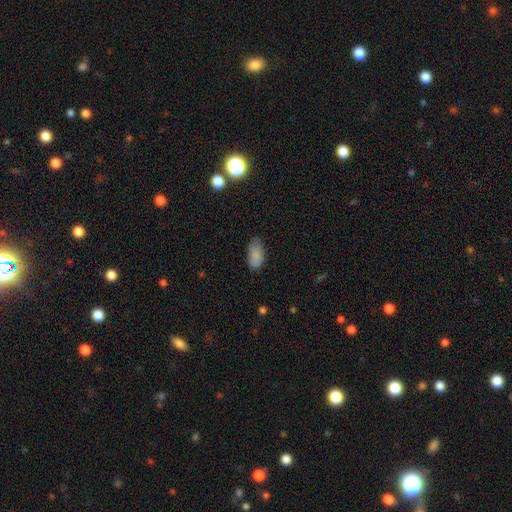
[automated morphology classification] type=smooth (85%); roundness=in between (93%); merging=none (67%).